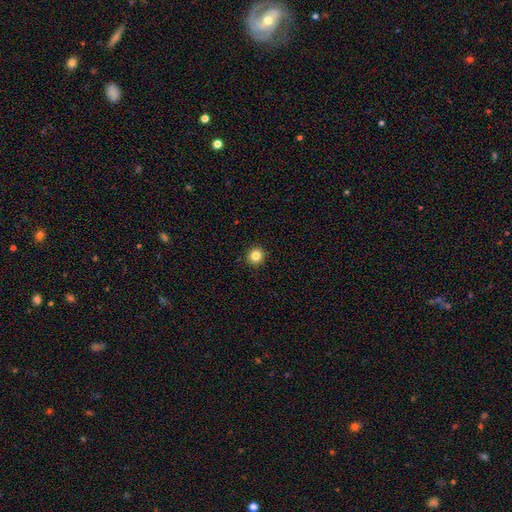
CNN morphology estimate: Overall: smooth (83%). How rounded: round (93%). Merging: none (92%).